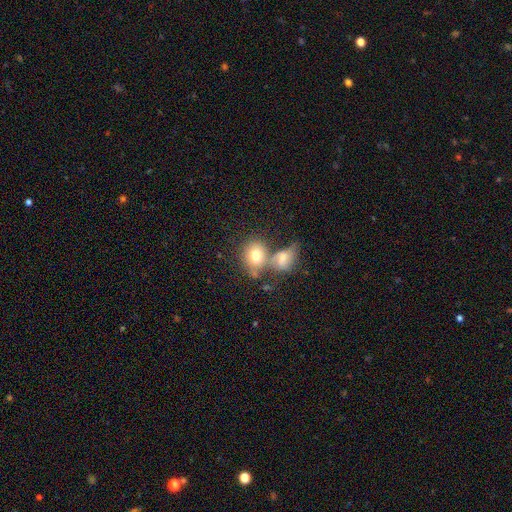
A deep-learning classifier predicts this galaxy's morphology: smooth 74%, featured or disk 16%, star or artifact 9%. Down the decision tree: how rounded — round (63%); merging — merger (44%).